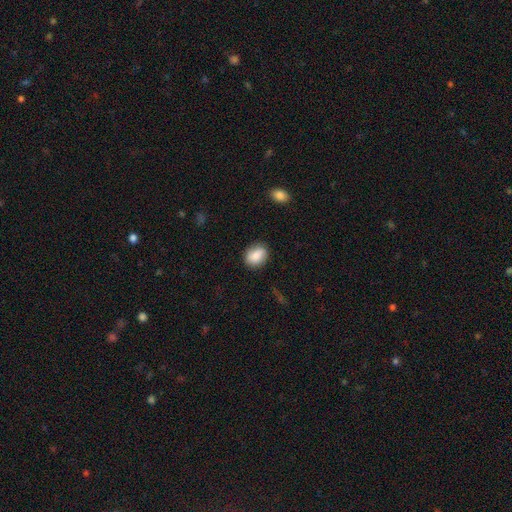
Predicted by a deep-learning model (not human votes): A smooth galaxy with no disk features (82%) that is in between round and cigar-shaped (58%). Merging: none (82%).